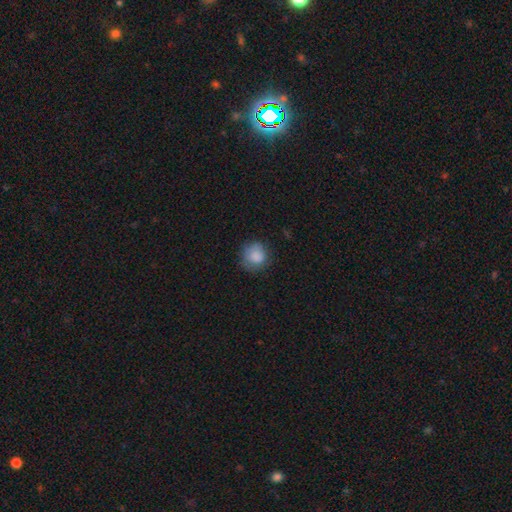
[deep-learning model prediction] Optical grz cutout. It shows a smooth galaxy with no disk features (83%) that is round (85%). Merging: none (68%).